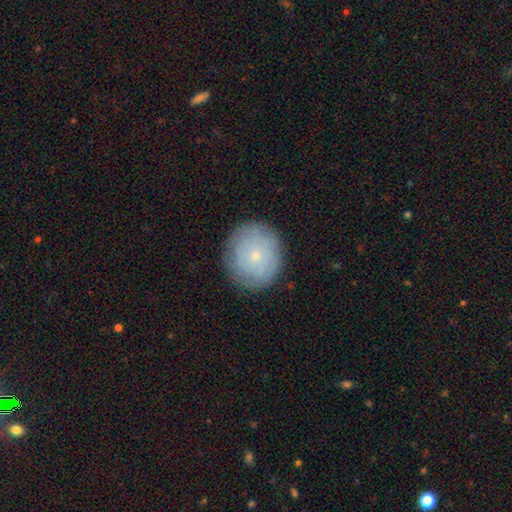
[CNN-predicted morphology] This appears to be a smooth galaxy with no disk features (61%) that is round (82%). Merging: none (85%).